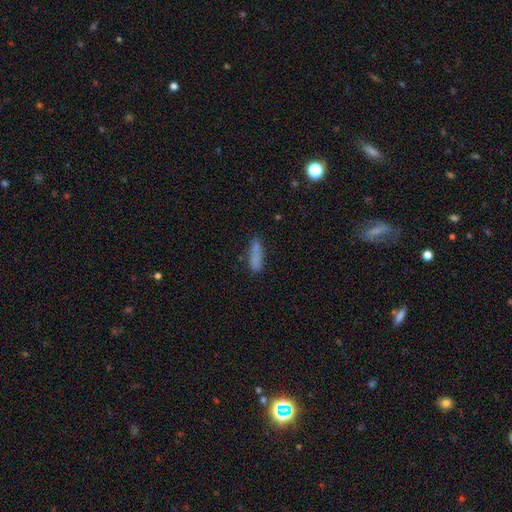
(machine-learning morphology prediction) type=smooth (80%); roundness=cigar-shaped (64%); merging=none (68%).